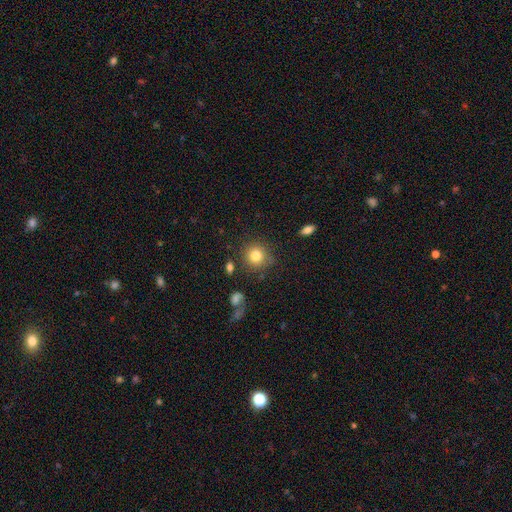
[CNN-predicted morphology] Smooth or featured: smooth — 81% (star or artifact — 11%)
How rounded: round — 90% (in between — 9%)
Merging: none — 82% (minor disturbance — 11%)